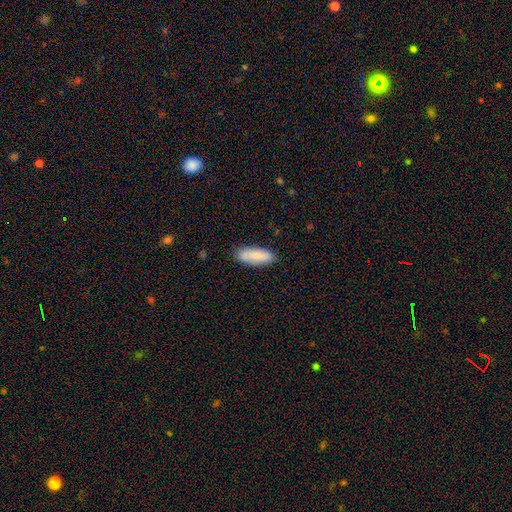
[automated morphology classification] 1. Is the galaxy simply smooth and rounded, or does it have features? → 81% smooth, 13% featured or disk, 6% star or artifact.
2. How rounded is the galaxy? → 67% in between, 32% cigar-shaped, 2% round.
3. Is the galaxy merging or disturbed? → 84% none, 12% minor disturbance, 2% major disturbance, 2% merger.